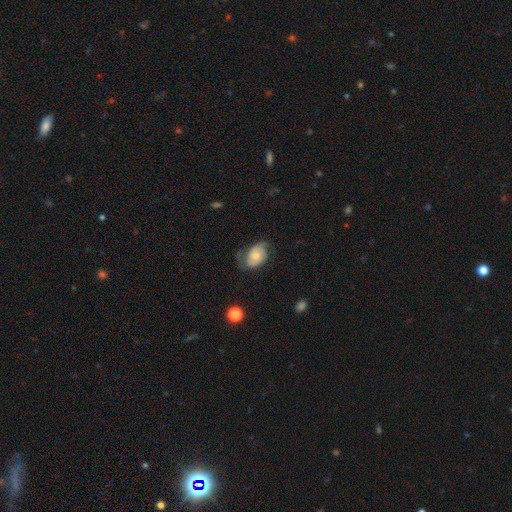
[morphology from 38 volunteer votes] This is likely a featured or disk galaxy (68%). It is clearly not viewed edge-on (96%). Bar: likely no (72%). Spiral arm pattern: clearly yes (92%). Spiral arm count: likely 2 (65%). Spiral winding: marginally medium (39%). Central bulge: possibly moderate (52%). Merging: marginally none (38%).